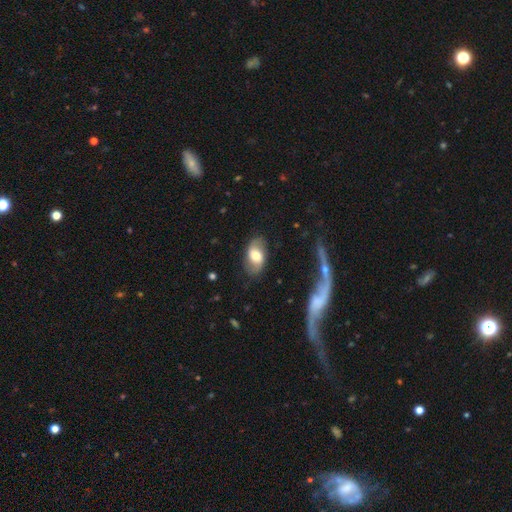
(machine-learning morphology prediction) Smooth or featured?
  - smooth: 49% *
  - featured or disk: 44%
  - star or artifact: 8%
Merging?
  - none: 78% *
  - minor disturbance: 16%
  - major disturbance: 5%
  - merger: 2%